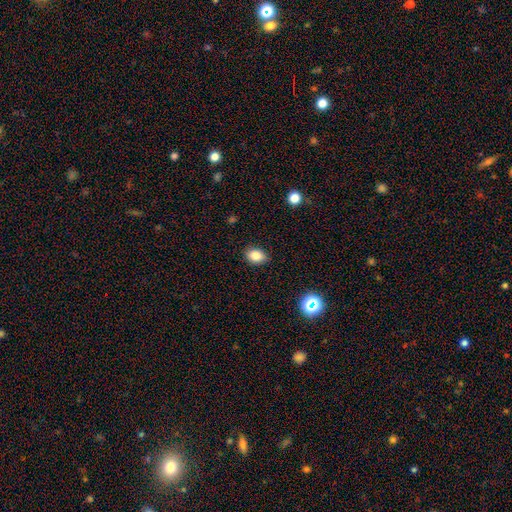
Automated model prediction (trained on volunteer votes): The model was most divided on "how rounded": in between: 73%, round: 26%, cigar-shaped: 1%. More confident: merging — none (85%); smooth or featured — smooth (84%).